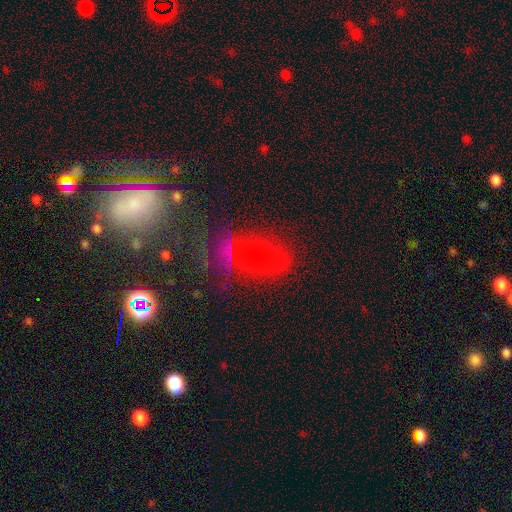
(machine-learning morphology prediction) This is possibly a smooth galaxy (53%). How rounded: likely in between (74%). Merging: possibly none (58%).